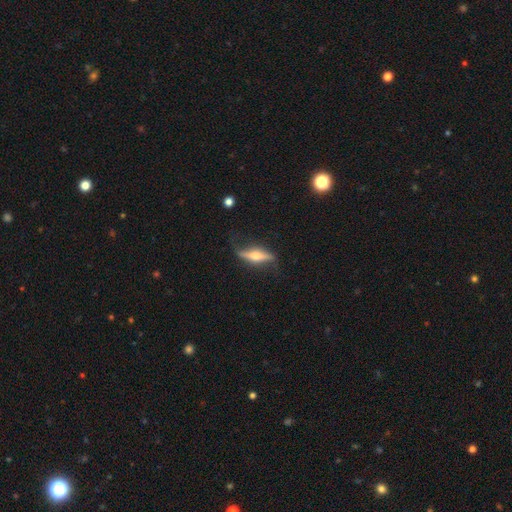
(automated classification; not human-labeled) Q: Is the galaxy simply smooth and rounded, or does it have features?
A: featured or disk — 70%.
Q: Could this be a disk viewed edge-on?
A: yes — 81%.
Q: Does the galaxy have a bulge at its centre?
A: rounded — 89%.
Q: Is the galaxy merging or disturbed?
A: none — 65%.